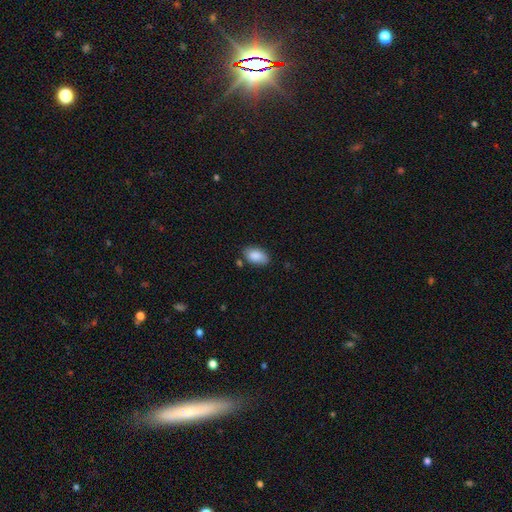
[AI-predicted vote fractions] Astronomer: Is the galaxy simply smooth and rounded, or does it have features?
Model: smooth — 87%.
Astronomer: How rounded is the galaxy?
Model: in between — 93%.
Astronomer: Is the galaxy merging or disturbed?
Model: none — 79%.